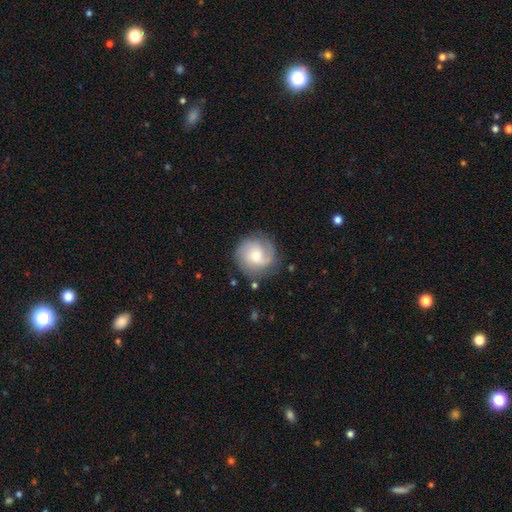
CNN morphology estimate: A featured or disk galaxy (65%) with no bar (62%), 2 (46%) medium (41%) spiral arms (92%) and a moderate central bulge (55%). Merging: none (81%).